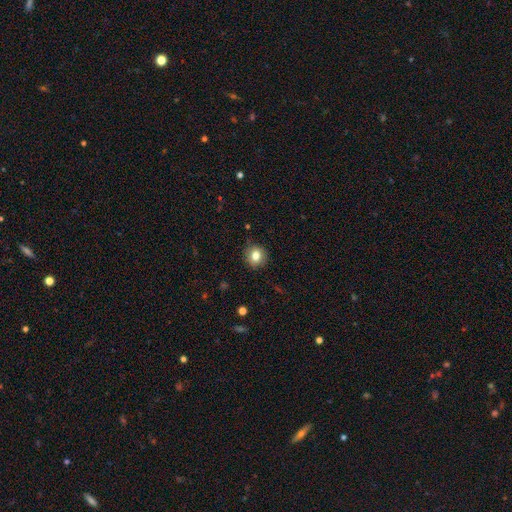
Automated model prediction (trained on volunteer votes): Overall: smooth (80%). How rounded: round (82%). Merging: none (85%).